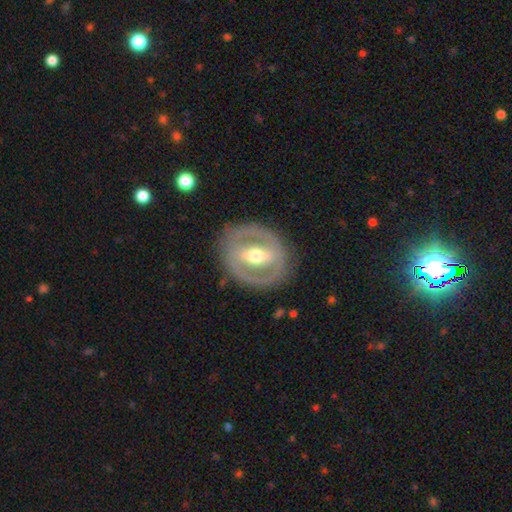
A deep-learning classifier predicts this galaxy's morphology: type=featured or disk (73%); edge-on=no (93%); bar=strong (56%); spiral arms=no (62%); bulge=moderate (72%); merging=none (82%).